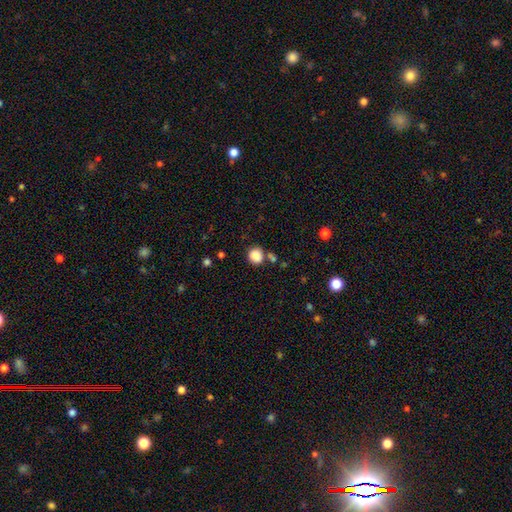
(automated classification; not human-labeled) smooth 86%, star or artifact 10%, featured or disk 4%. Down the decision tree: how rounded — round (83%); merging — none (69%).